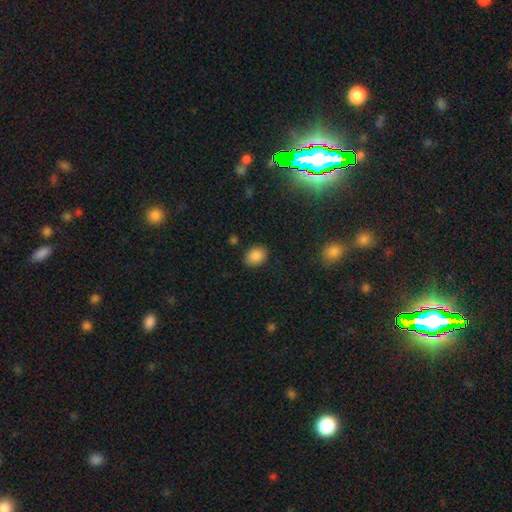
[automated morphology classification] A smooth galaxy with no disk features (87%) that is in between round and cigar-shaped (60%). Merging: none (86%).